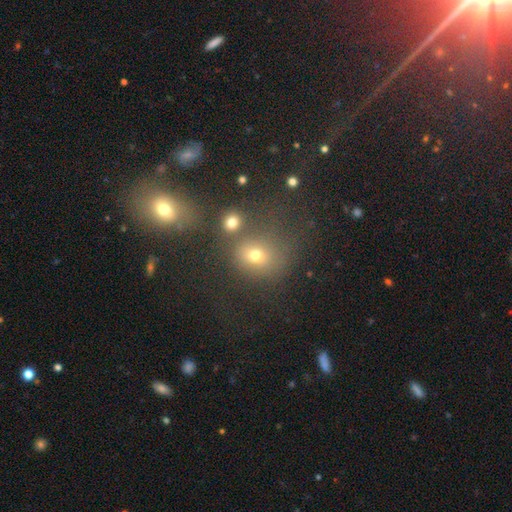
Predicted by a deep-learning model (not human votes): Morphology: type=smooth (67%); roundness=round (73%); merging=none (60%).